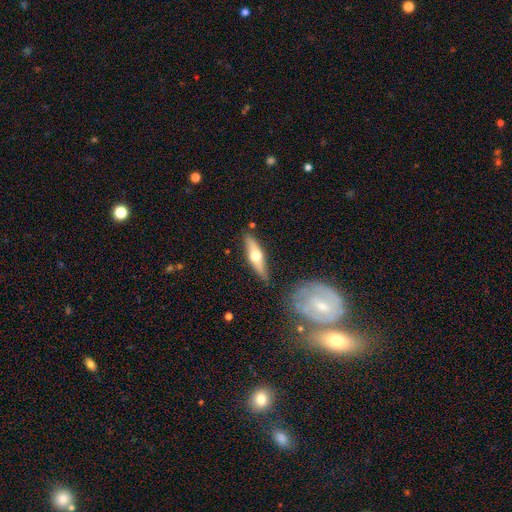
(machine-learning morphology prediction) Smooth or featured? featured or disk (54%)
Edge-on disk? yes (89%)
Merging? none (84%)